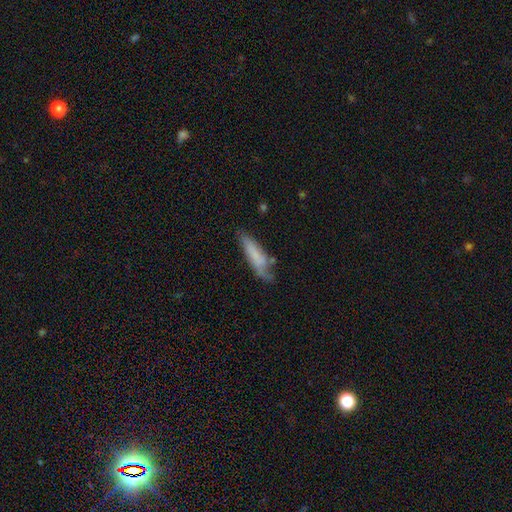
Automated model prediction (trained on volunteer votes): Morphology: type=smooth (66%); roundness=cigar-shaped (66%); merging=none (47%).